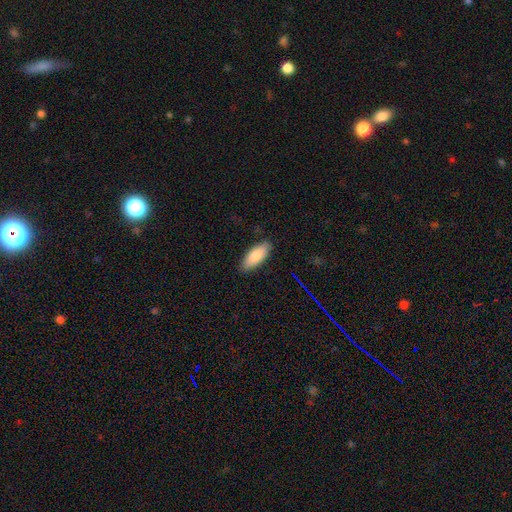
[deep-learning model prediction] smooth-or-featured: smooth: 84% | featured or disk: 10% | star or artifact: 6%
  how-rounded: in between: 77% | cigar-shaped: 22% | round: 2%
  merging: none: 86% | minor disturbance: 11% | major disturbance: 2% | merger: 1%